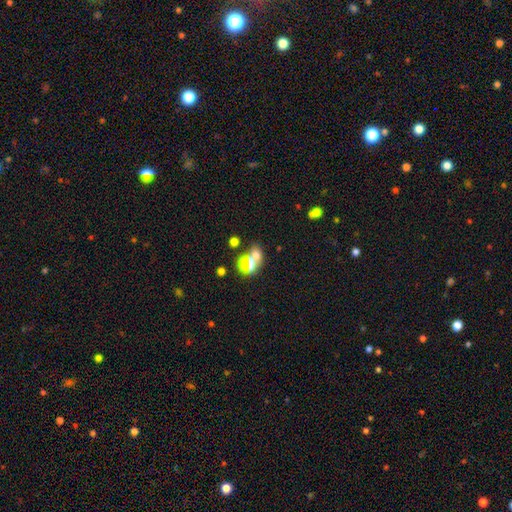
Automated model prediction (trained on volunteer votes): smooth_or_featured: smooth (p=0.52) [alt: star or artifact p=0.36]
how_rounded: round (p=0.56) [alt: in between p=0.42]
merging: none (p=0.54) [alt: merger p=0.33]